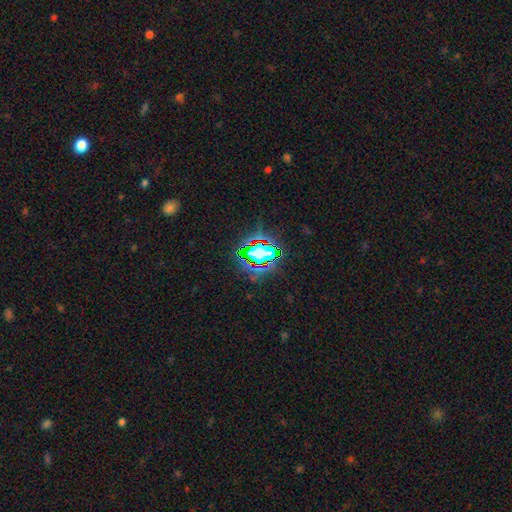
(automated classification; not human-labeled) Morphology: type=star or artifact (62%).